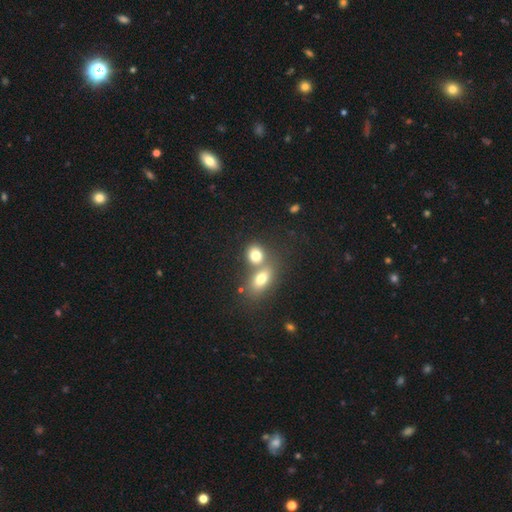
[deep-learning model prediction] This appears to be a smooth galaxy with no disk features (77%) that is round (54%). Merging: merger (48%).